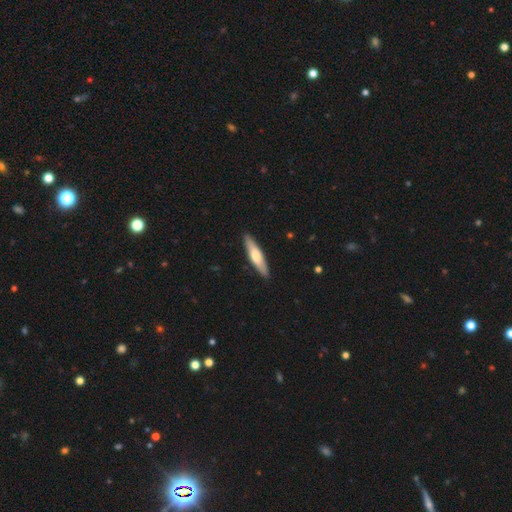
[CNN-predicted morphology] The model was most divided on "smooth or featured": smooth: 60%, featured or disk: 35%, star or artifact: 5%. More confident: merging — none (90%); how rounded — cigar-shaped (80%).